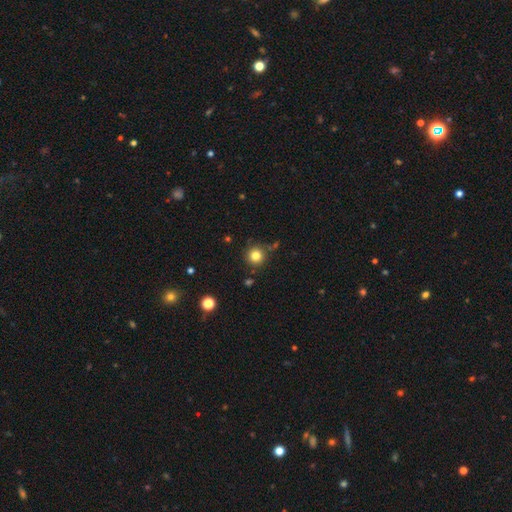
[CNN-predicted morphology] smooth 81%, star or artifact 12%, featured or disk 7%. Down the decision tree: how rounded — round (94%); merging — none (82%).